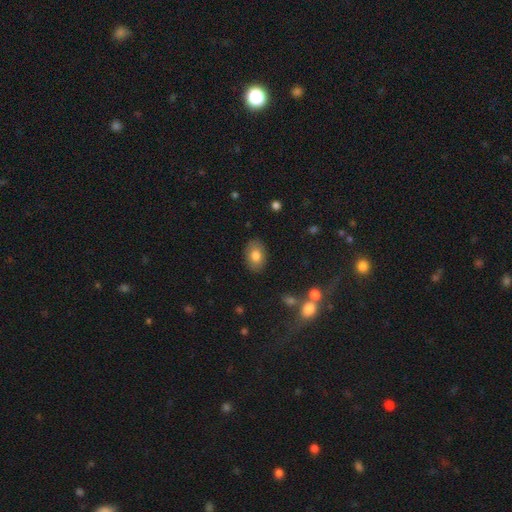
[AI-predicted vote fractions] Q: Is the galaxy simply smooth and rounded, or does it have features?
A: smooth — 78%.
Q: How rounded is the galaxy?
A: in between — 84%.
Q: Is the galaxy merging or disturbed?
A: none — 87%.